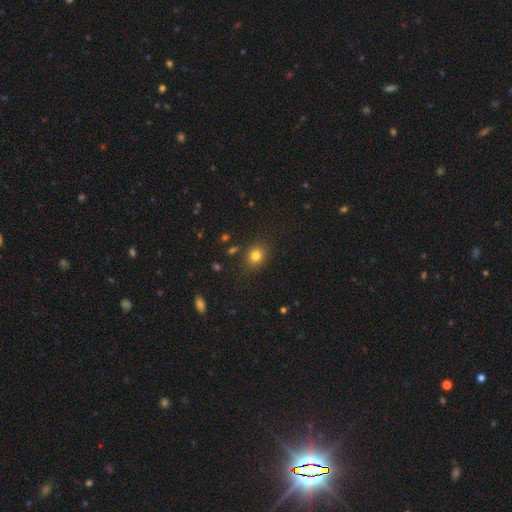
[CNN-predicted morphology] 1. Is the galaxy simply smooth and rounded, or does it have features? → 80% smooth, 13% star or artifact, 7% featured or disk.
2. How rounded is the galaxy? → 68% round, 31% in between, 1% cigar-shaped.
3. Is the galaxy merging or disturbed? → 84% none, 10% minor disturbance, 3% major disturbance, 2% merger.